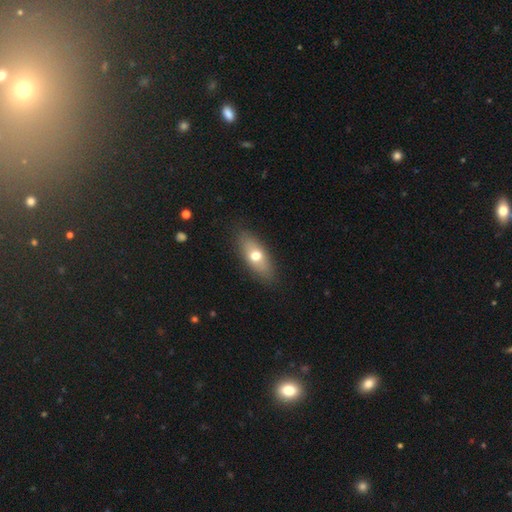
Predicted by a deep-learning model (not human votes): Smooth or featured? Predicted: smooth (p=0.64). How rounded? Predicted: in between (p=0.76). Merging? Predicted: none (p=0.86).